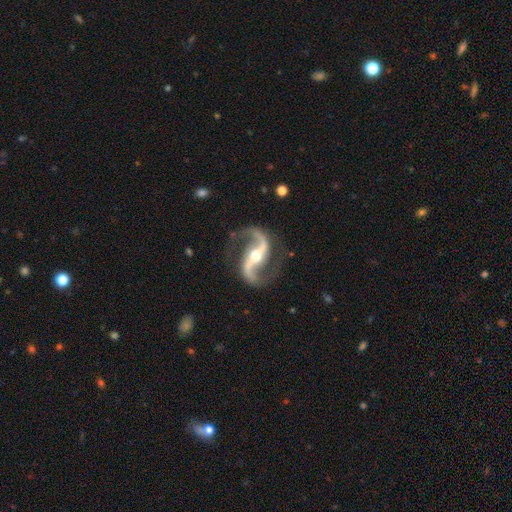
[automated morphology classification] Smooth or featured?
  - featured or disk: 94% *
  - star or artifact: 4%
  - smooth: 2%
Edge-on disk?
  - no: 98% *
  - yes: 2%
Bar?
  - strong: 46% *
  - weak: 31%
  - no: 23%
Spiral arms?
  - yes: 98% *
  - no: 2%
Spiral winding?
  - loose: 52% *
  - medium: 41%
  - tight: 7%
Spiral arm count?
  - 2: 95% *
  - 1: 1%
  - can't tell: 1%
  - 3: 1%
  - 4: 1%
  - more than 4: 1%
Bulge size?
  - moderate: 65% *
  - small: 25%
  - large: 7%
  - none: 2%
  - dominant: 1%
Merging?
  - none: 82% *
  - minor disturbance: 11%
  - major disturbance: 5%
  - merger: 1%